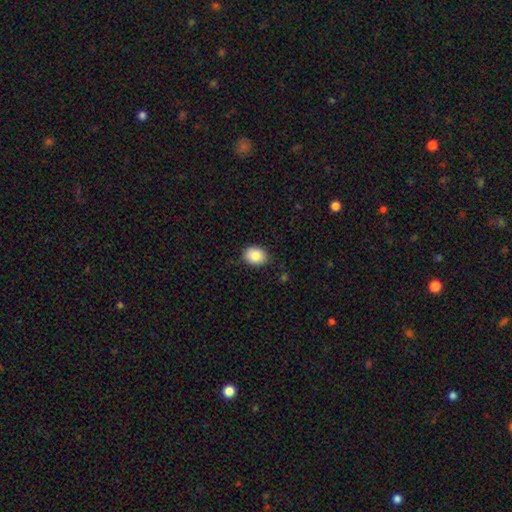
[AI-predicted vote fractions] smooth_or_featured: smooth (p=0.86) [alt: star or artifact p=0.08]
how_rounded: in between (p=0.53) [alt: round p=0.46]
merging: none (p=0.84) [alt: minor disturbance p=0.12]